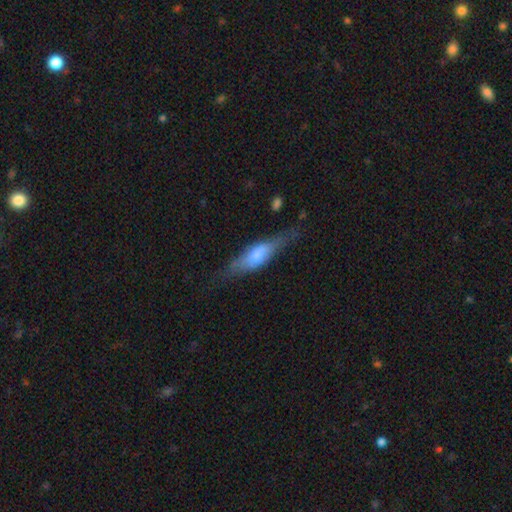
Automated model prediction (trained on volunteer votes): Smooth or featured? Predicted: smooth (p=0.47, tied with featured or disk). Merging? Predicted: none (p=0.65).